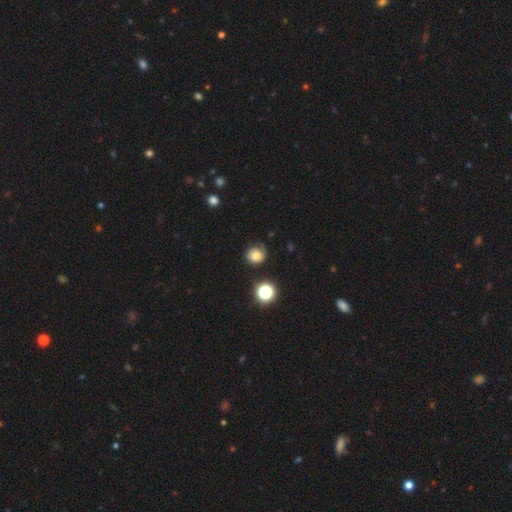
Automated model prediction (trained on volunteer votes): This is likely a smooth galaxy (73%). How rounded: clearly round (82%). Merging: likely none (68%).